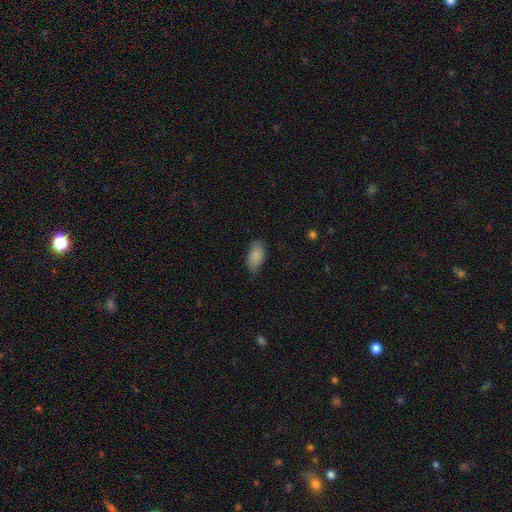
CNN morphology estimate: Smooth or featured? smooth (86%)
How rounded? in between (93%)
Merging? none (72%)